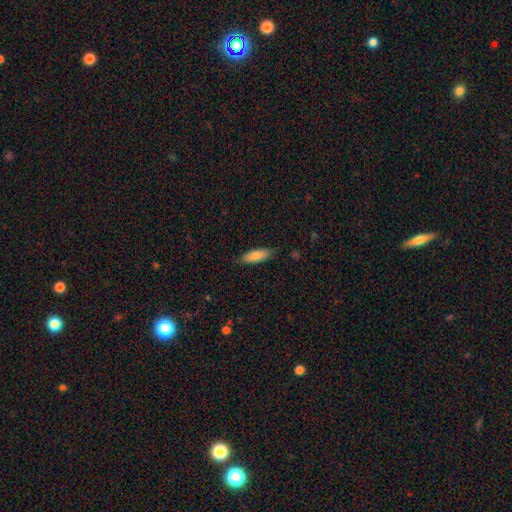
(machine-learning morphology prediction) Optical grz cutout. It shows a smooth galaxy with no disk features (82%) that is in between round and cigar-shaped (59%). Merging: none (81%).